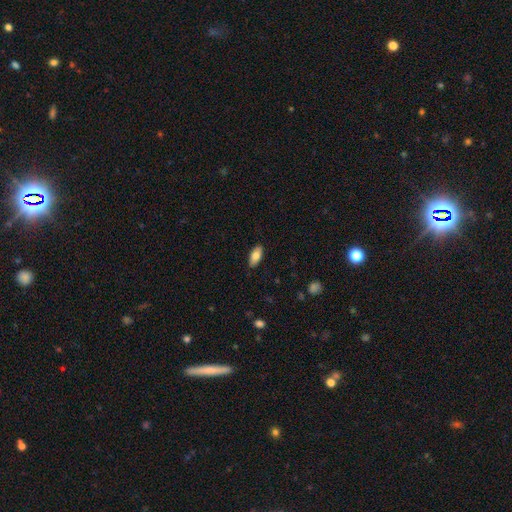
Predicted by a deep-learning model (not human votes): Smooth or featured?
  - smooth: 78% *
  - featured or disk: 15%
  - star or artifact: 6%
How rounded?
  - in between: 88% *
  - cigar-shaped: 10%
  - round: 2%
Merging?
  - none: 88% *
  - minor disturbance: 9%
  - major disturbance: 2%
  - merger: 1%